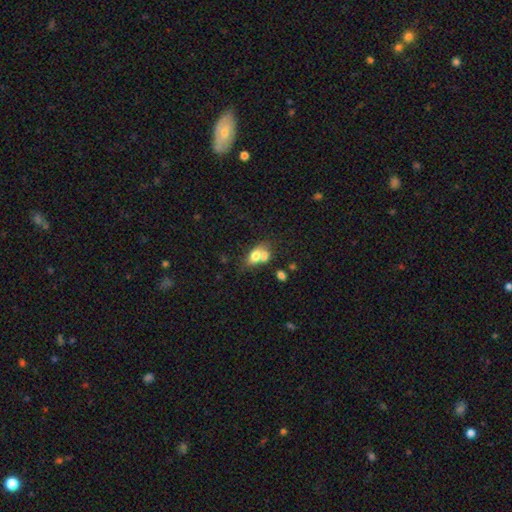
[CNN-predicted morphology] smooth 69%, featured or disk 22%, star or artifact 10%. Down the decision tree: how rounded — in between (76%); merging — merger (53%).